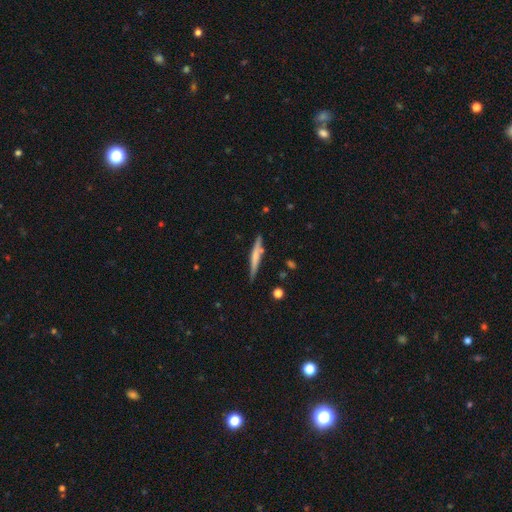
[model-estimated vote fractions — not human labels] Q: Smooth or featured?
A: smooth (50%); runner-up: featured or disk (44%)
Q: How rounded?
A: cigar-shaped (93%); runner-up: in between (5%)
Q: Merging?
A: none (79%); runner-up: minor disturbance (14%)